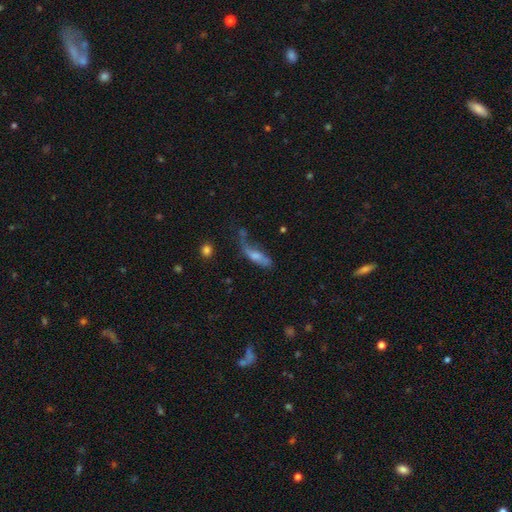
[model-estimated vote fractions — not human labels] A smooth galaxy with no disk features (60%) that is cigar-shaped (50%). Merging: none (34%).